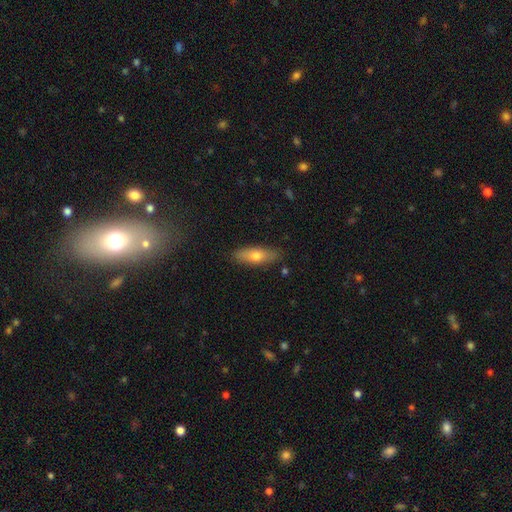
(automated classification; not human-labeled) Smooth or featured: smooth — 63% (featured or disk — 30%)
How rounded: cigar-shaped — 49% (in between — 48%)
Merging: none — 86% (minor disturbance — 10%)